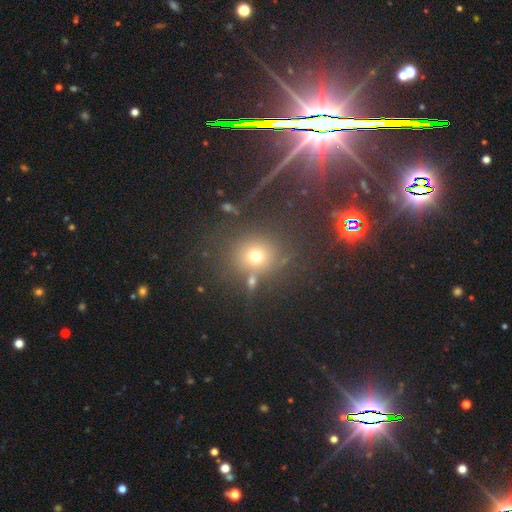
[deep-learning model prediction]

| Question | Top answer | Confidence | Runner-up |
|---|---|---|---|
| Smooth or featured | smooth | 60% | star or artifact (28%) |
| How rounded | round | 85% | in between (13%) |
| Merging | none | 74% | minor disturbance (10%) |